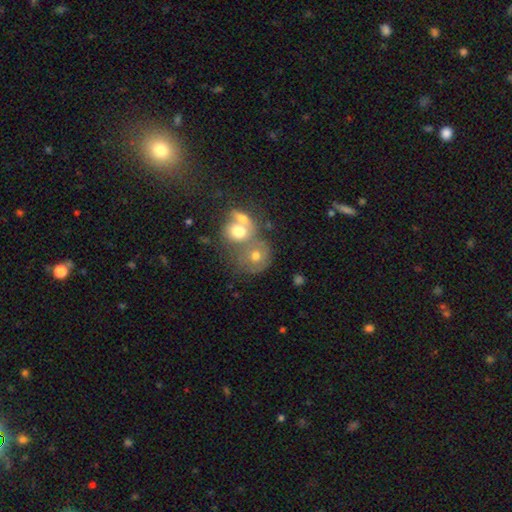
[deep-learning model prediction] Q: Smooth or featured?
A: smooth (58%); runner-up: featured or disk (31%)
Q: How rounded?
A: round (73%); runner-up: in between (26%)
Q: Merging?
A: merger (56%); runner-up: none (26%)